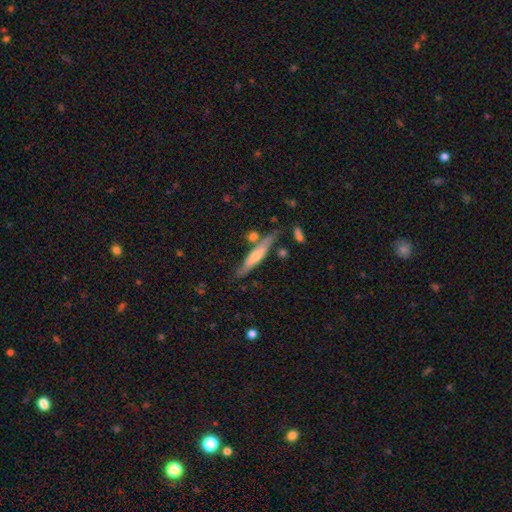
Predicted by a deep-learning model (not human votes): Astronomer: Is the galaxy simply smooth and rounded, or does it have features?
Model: featured or disk — 50% (runner-up: smooth, 44%).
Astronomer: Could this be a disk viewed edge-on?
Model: yes — 90%.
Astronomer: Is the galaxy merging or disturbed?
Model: none — 75%.